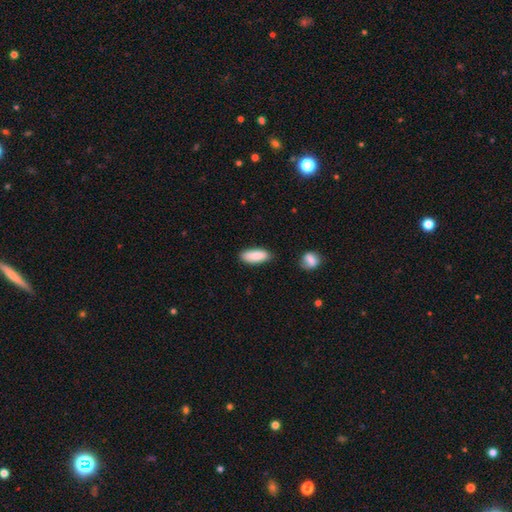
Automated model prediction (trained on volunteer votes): smooth 88%, star or artifact 6%, featured or disk 6%. Down the decision tree: how rounded — in between (76%); merging — none (81%).